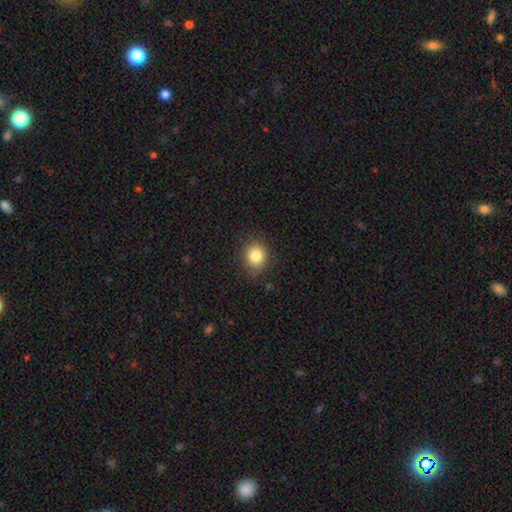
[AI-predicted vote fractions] Smooth or featured?
  - smooth: 83% *
  - star or artifact: 11%
  - featured or disk: 7%
How rounded?
  - round: 80% *
  - in between: 19%
  - cigar-shaped: 1%
Merging?
  - none: 84% *
  - minor disturbance: 12%
  - major disturbance: 3%
  - merger: 1%